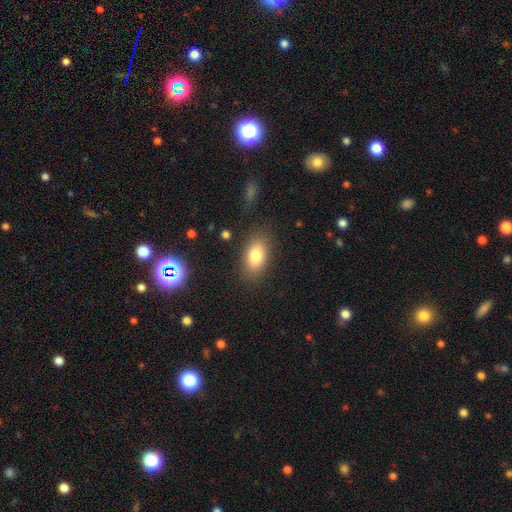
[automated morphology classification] Smooth or featured? Predicted: smooth (p=0.81). How rounded? Predicted: in between (p=0.89). Merging? Predicted: none (p=0.83).